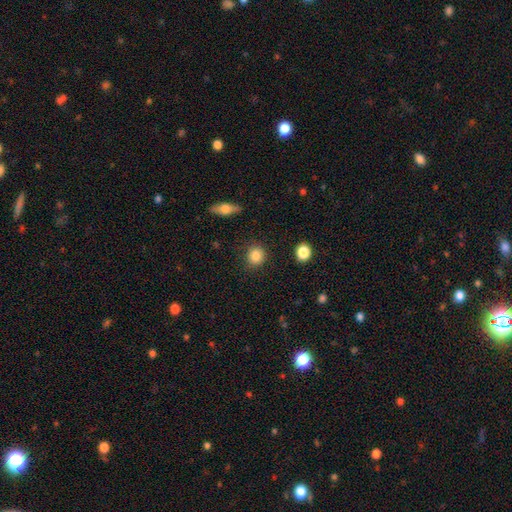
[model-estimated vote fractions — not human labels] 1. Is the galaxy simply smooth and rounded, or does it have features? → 85% smooth, 9% star or artifact, 6% featured or disk.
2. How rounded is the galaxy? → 86% round, 13% in between, 1% cigar-shaped.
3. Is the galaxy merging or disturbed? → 88% none, 8% minor disturbance, 2% major disturbance, 2% merger.